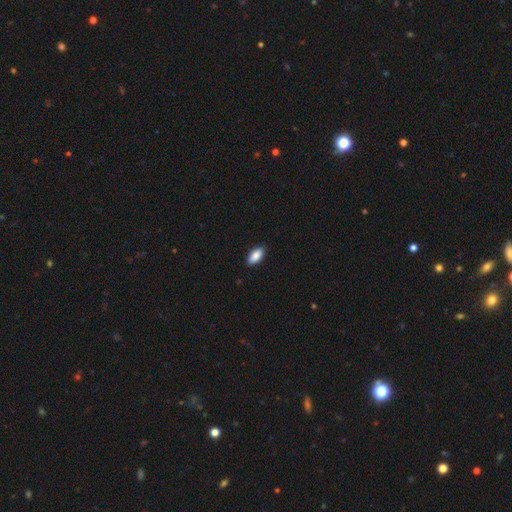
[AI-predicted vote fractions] This is clearly a smooth galaxy (88%). How rounded: clearly in between (89%). Merging: clearly none (88%).